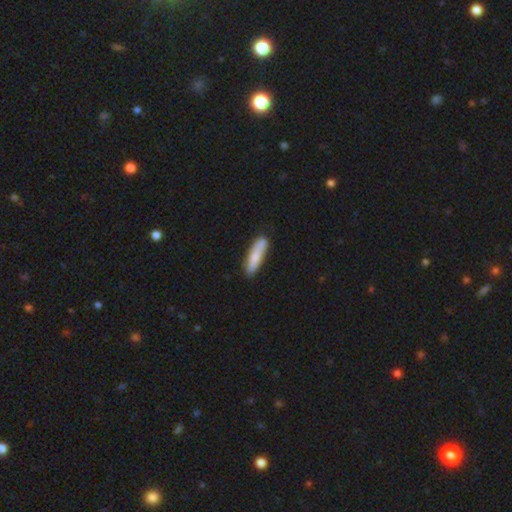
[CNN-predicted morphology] Smooth or featured: smooth — 76% (featured or disk — 19%)
How rounded: cigar-shaped — 75% (in between — 23%)
Merging: none — 82% (minor disturbance — 13%)